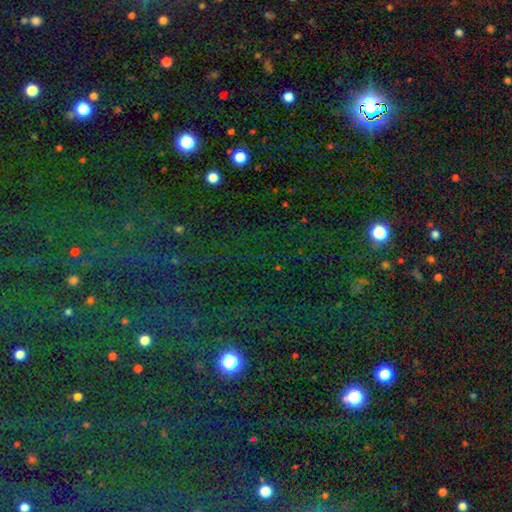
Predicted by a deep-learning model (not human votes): Overall: star or artifact (79%).